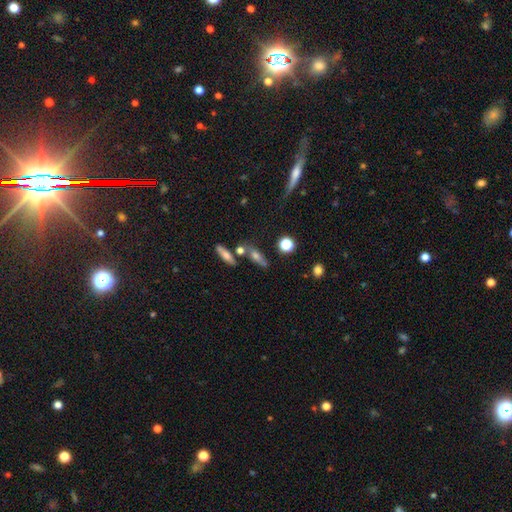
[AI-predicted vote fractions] This is possibly a smooth galaxy (49%). Merging: likely none (64%).